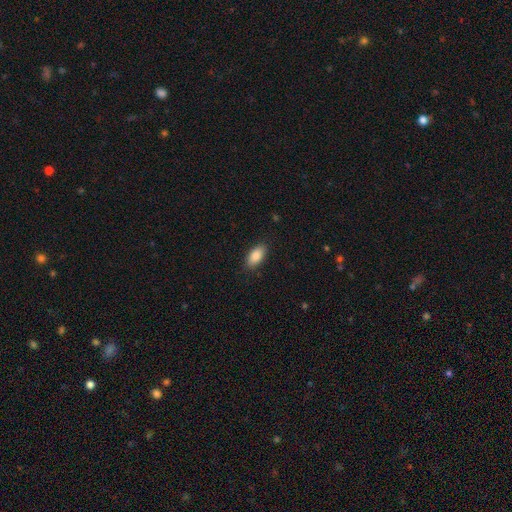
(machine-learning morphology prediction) Smooth or featured? Predicted: smooth (p=0.87). How rounded? Predicted: in between (p=0.92). Merging? Predicted: none (p=0.87).